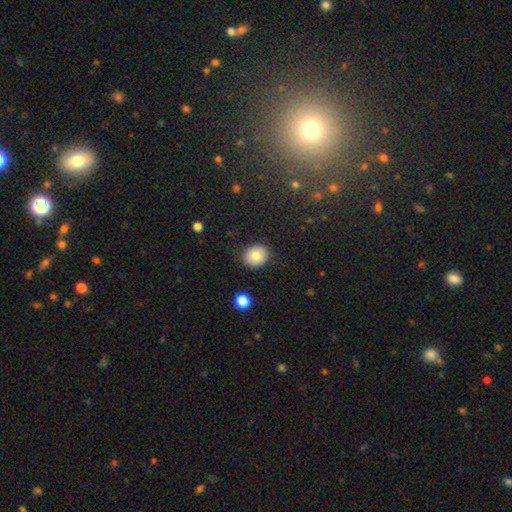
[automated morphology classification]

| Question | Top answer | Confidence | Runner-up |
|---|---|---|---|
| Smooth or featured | smooth | 82% | star or artifact (9%) |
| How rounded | round | 73% | in between (26%) |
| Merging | none | 87% | minor disturbance (9%) |